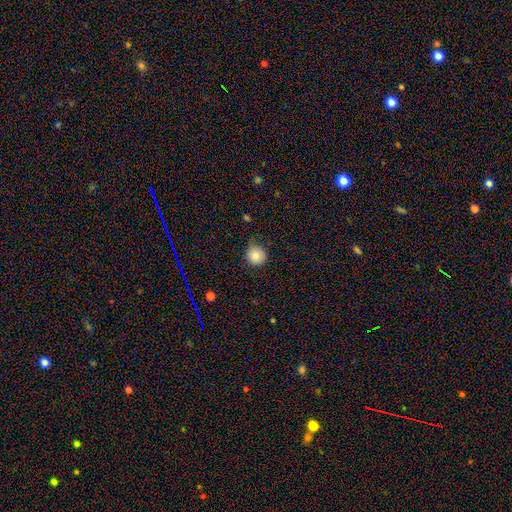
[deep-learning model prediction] smooth_or_featured: smooth (p=0.82) [alt: star or artifact p=0.11]
how_rounded: round (p=0.92) [alt: in between p=0.07]
merging: none (p=0.76) [alt: minor disturbance p=0.20]